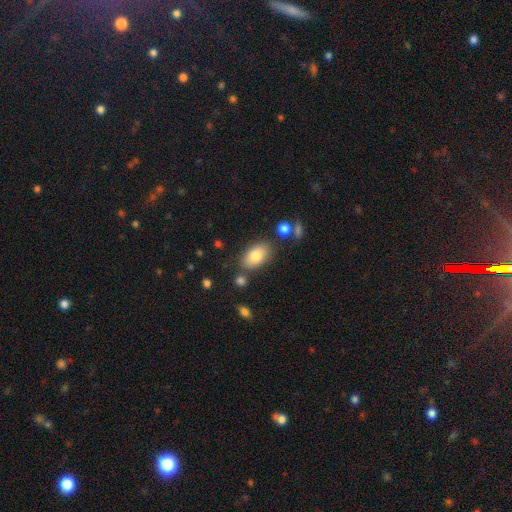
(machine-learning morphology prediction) Smooth or featured? smooth (79%)
How rounded? in between (92%)
Merging? none (77%)